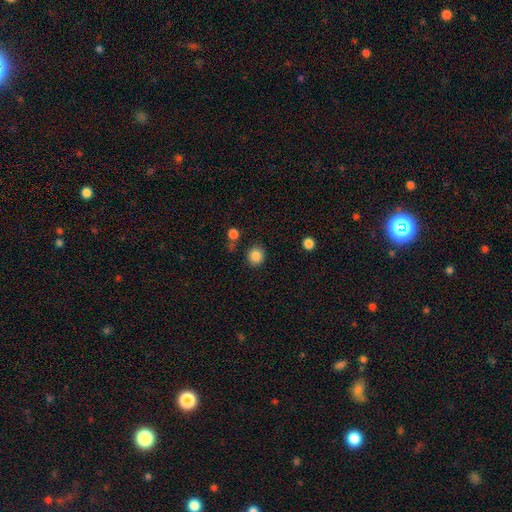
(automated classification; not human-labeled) Morphology: type=smooth (86%); roundness=round (86%); merging=none (84%).